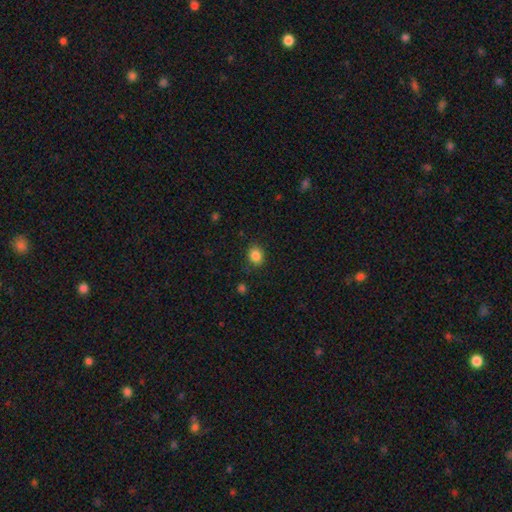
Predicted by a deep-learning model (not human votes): Q: Smooth or featured?
A: smooth (85%); runner-up: star or artifact (10%)
Q: How rounded?
A: round (58%); runner-up: in between (41%)
Q: Merging?
A: none (85%); runner-up: minor disturbance (11%)